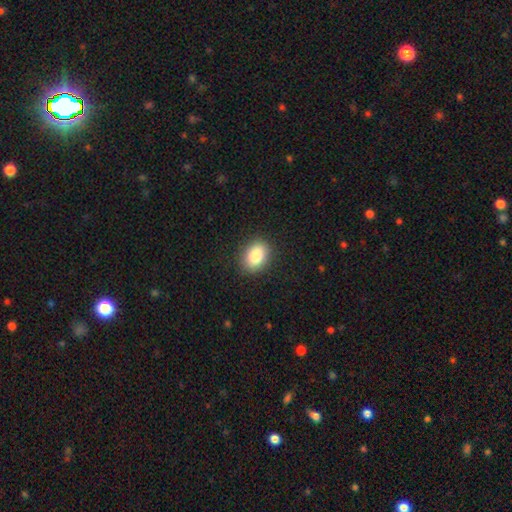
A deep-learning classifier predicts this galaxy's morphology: Smooth or featured: smooth — 87% (star or artifact — 8%)
How rounded: in between — 74% (round — 25%)
Merging: none — 88% (minor disturbance — 9%)